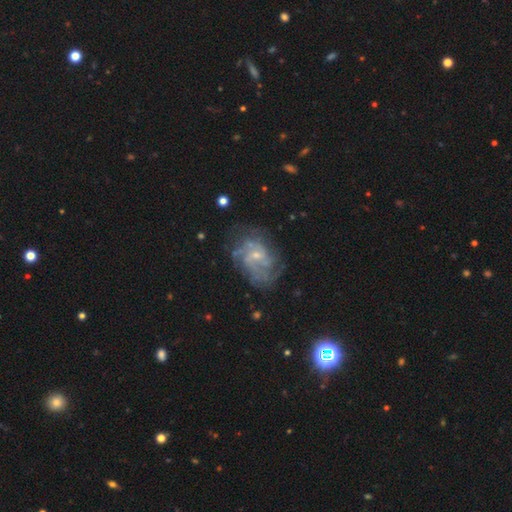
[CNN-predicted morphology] This is clearly a featured or disk galaxy (81%). It is clearly not viewed edge-on (98%). Bar: possibly no (47%). Spiral arm pattern: clearly yes (89%). Spiral arm count: marginally can't tell (39%). Spiral winding: marginally medium (43%). Central bulge: likely small (69%). Merging: likely none (63%).